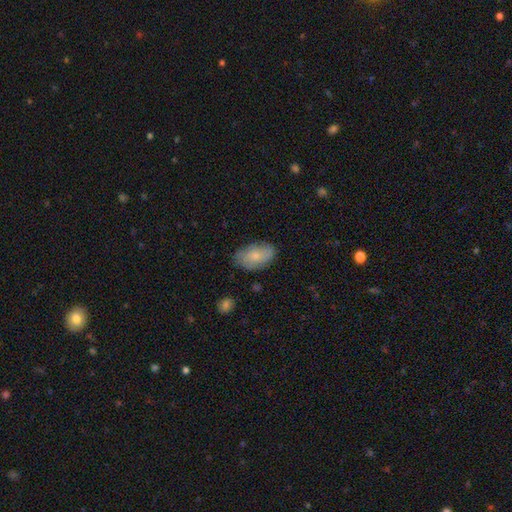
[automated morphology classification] Smooth or featured?
  - smooth: 68% *
  - featured or disk: 25%
  - star or artifact: 6%
How rounded?
  - in between: 92% *
  - round: 6%
  - cigar-shaped: 2%
Merging?
  - none: 76% *
  - minor disturbance: 19%
  - major disturbance: 4%
  - merger: 1%